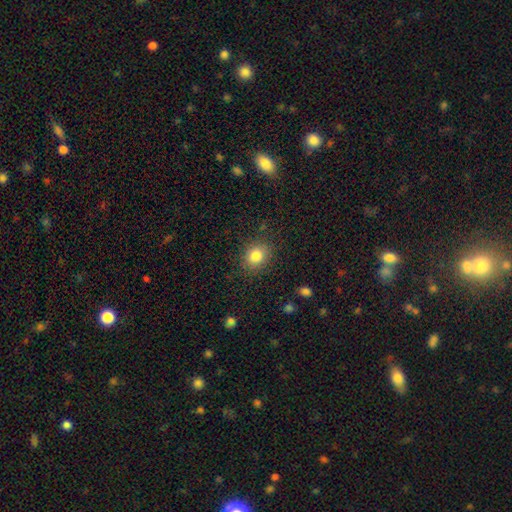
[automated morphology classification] smooth-or-featured: smooth: 83% | star or artifact: 10% | featured or disk: 7%
  how-rounded: round: 62% | in between: 37% | cigar-shaped: 1%
  merging: none: 86% | minor disturbance: 10% | major disturbance: 3% | merger: 1%